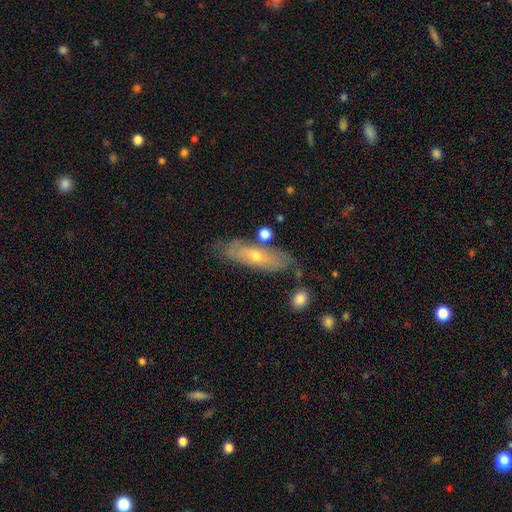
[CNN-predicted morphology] This appears to be a featured or disk galaxy (53%). Merging: none (71%).